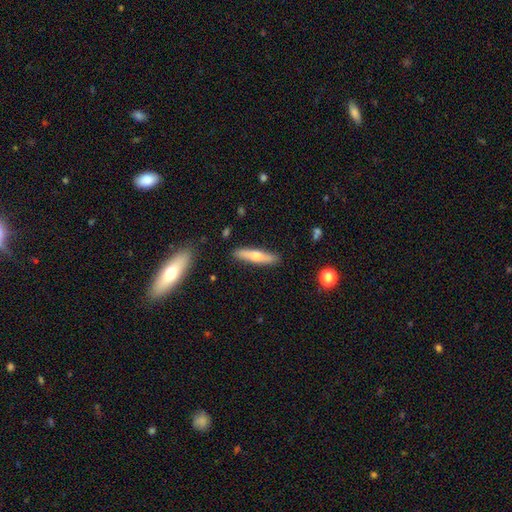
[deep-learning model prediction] smooth 58%, featured or disk 36%, star or artifact 6%. Down the decision tree: how rounded — cigar-shaped (85%); merging — none (88%).